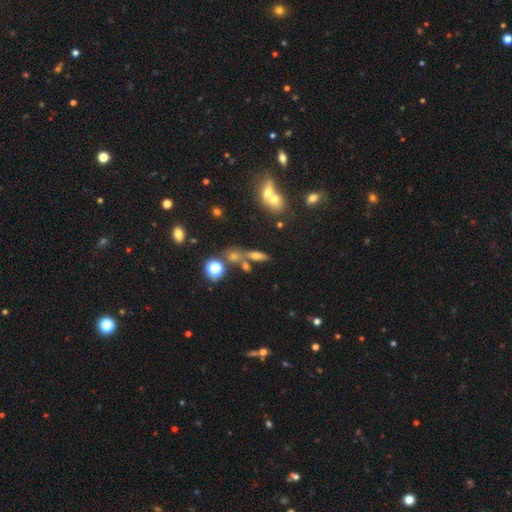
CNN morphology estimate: Smooth or featured?
  - smooth: 55% *
  - featured or disk: 26%
  - star or artifact: 18%
How rounded?
  - in between: 45% *
  - cigar-shaped: 43%
  - round: 12%
Merging?
  - none: 49% *
  - merger: 33%
  - minor disturbance: 12%
  - major disturbance: 6%